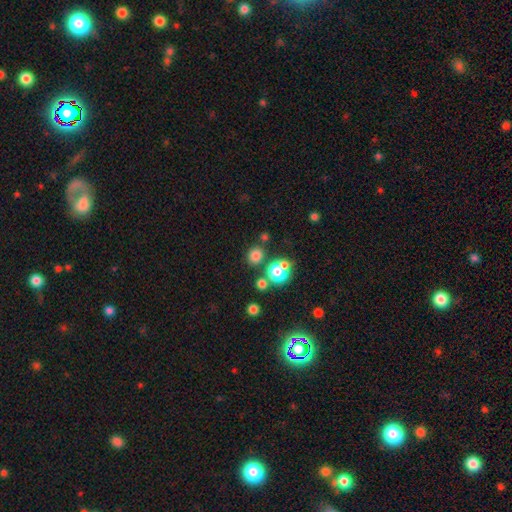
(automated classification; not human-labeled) The model was most divided on "smooth or featured": smooth: 74%, star or artifact: 19%, featured or disk: 7%. More confident: how rounded — round (82%); merging — none (74%).